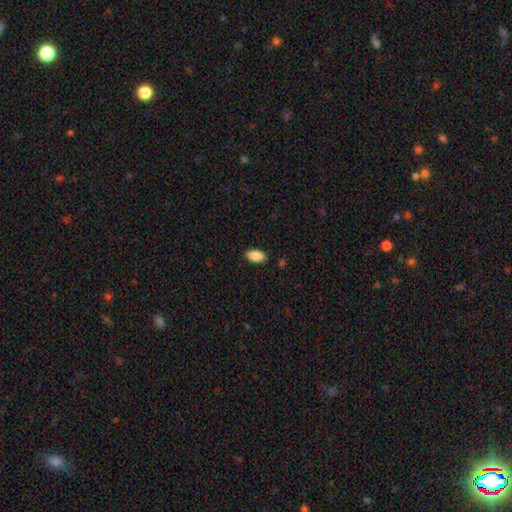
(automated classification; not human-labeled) Overall: smooth (88%). How rounded: in between (93%). Merging: none (88%).